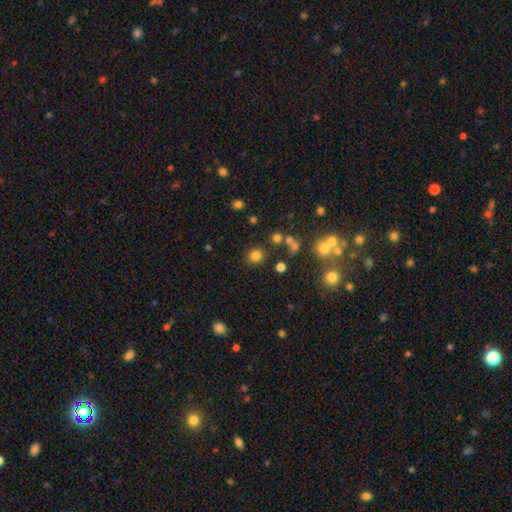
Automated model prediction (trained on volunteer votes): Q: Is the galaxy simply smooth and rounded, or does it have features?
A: smooth — 79%.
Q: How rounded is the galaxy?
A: round — 89%.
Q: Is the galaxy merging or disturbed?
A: none — 84%.